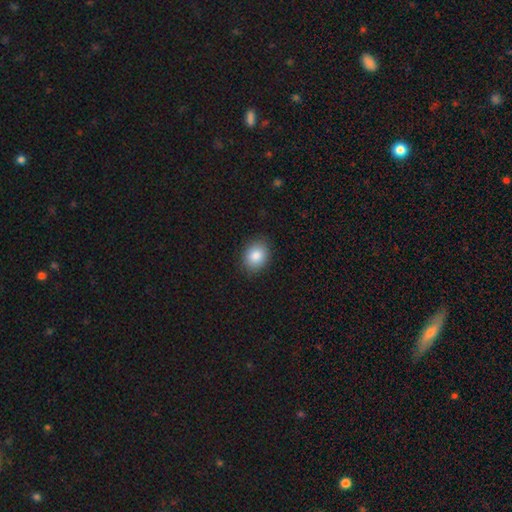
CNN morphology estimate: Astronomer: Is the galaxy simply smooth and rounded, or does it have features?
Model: smooth — 86%.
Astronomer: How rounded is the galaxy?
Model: round — 53% (runner-up: in between, 46%).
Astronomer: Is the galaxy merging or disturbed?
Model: none — 88%.